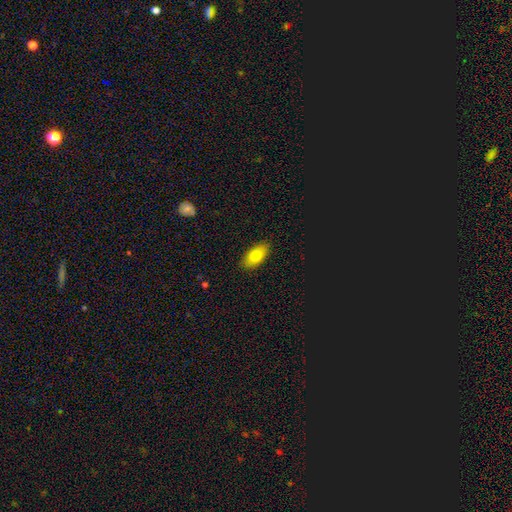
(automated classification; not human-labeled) Smooth or featured? Predicted: smooth (p=0.79). How rounded? Predicted: in between (p=0.90). Merging? Predicted: none (p=0.88).